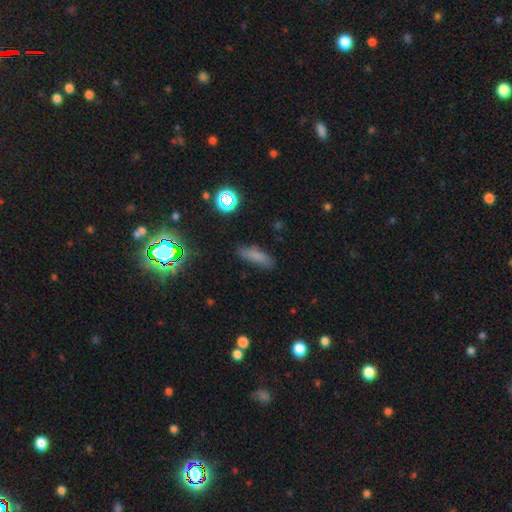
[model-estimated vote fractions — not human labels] The model was most divided on "how rounded": cigar-shaped: 52%, in between: 44%, round: 3%. More confident: merging — none (78%); smooth or featured — smooth (74%).